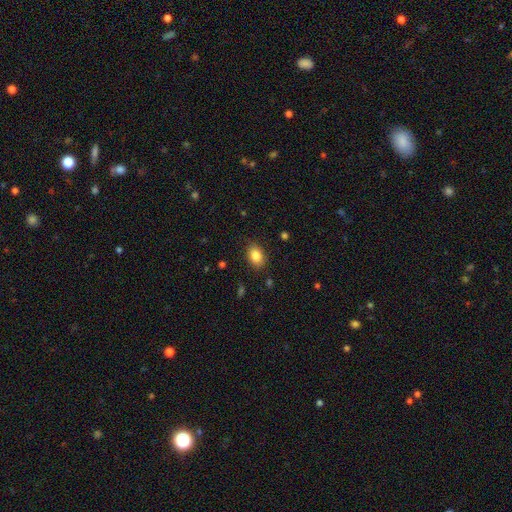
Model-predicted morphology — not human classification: Overall: smooth (85%). How rounded: in between (77%). Merging: none (87%).